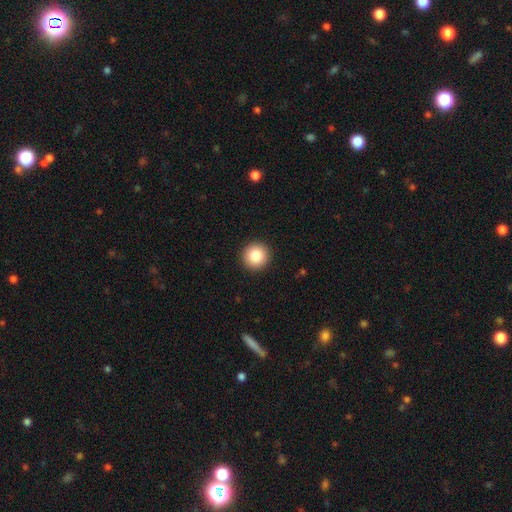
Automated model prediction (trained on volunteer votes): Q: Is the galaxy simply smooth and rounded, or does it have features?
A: smooth — 85%.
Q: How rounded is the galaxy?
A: round — 95%.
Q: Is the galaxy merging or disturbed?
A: none — 93%.